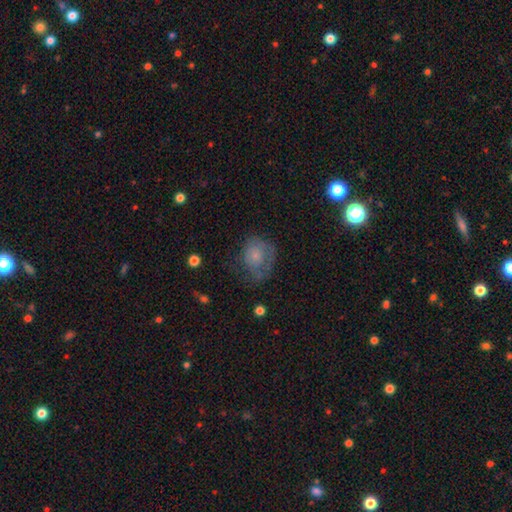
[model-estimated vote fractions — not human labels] smooth-or-featured: smooth: 58% | featured or disk: 32% | star or artifact: 11%
  how-rounded: round: 54% | in between: 45% | cigar-shaped: 1%
  merging: none: 39% | major disturbance: 32% | minor disturbance: 28% | merger: 2%